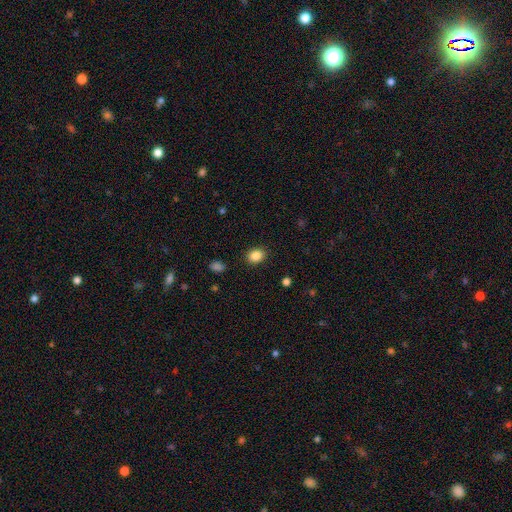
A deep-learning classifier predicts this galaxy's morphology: A smooth galaxy with no disk features (86%) that is in between round and cigar-shaped (55%).

Vote fractions:
- Smooth or featured? smooth: 86% / star or artifact: 10% / featured or disk: 4%
- How rounded? in between: 55% / round: 44% / cigar-shaped: 1%
- Merging? none: 88% / minor disturbance: 8% / major disturbance: 2% / merger: 1%